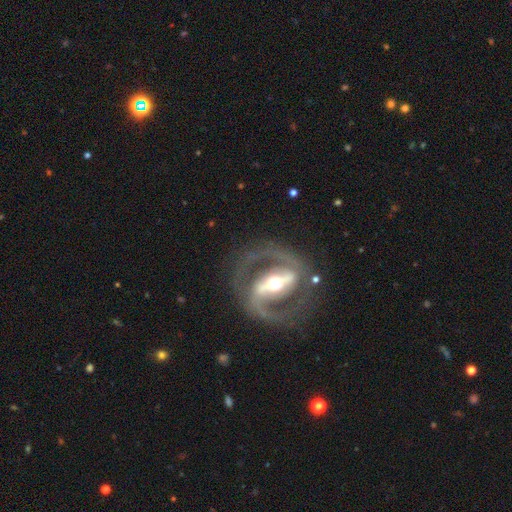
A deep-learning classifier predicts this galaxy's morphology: This appears to be a featured or disk galaxy (90%) with a strong bar (66%), 2 (92%) medium (56%) spiral arms (96%) and a moderate central bulge (55%). Merging: none (81%).